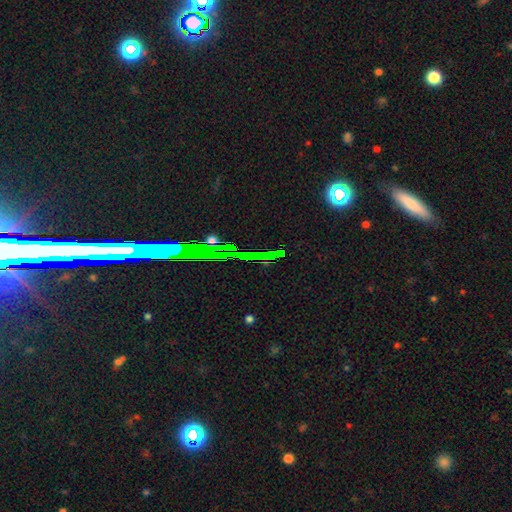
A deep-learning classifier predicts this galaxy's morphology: This is likely a star or artifact rather than a galaxy (67%).